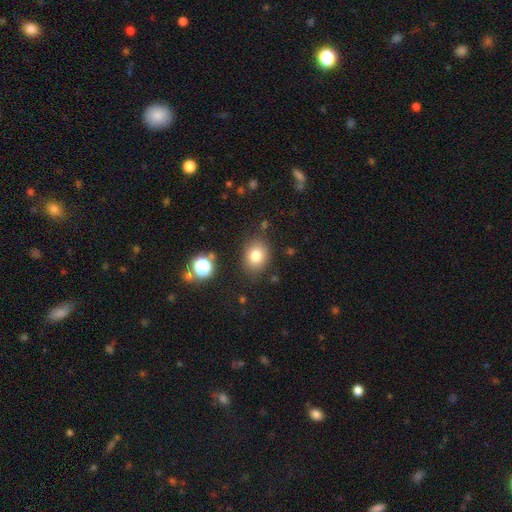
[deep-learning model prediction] This is likely a smooth galaxy (80%). How rounded: possibly in between (51%). Merging: clearly none (82%).